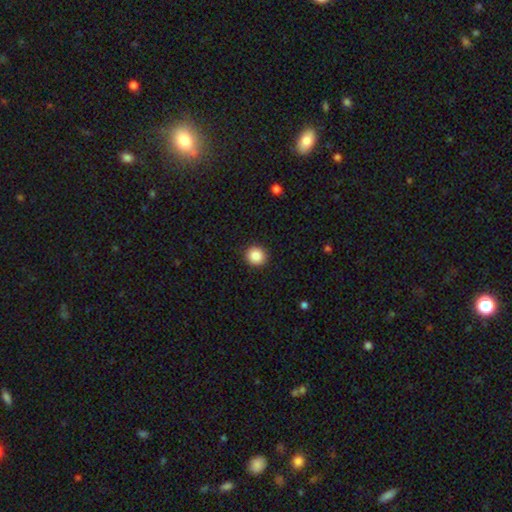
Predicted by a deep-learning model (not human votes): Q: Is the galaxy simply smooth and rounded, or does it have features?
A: smooth — 88%.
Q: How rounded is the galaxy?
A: round — 91%.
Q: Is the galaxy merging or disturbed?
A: none — 92%.